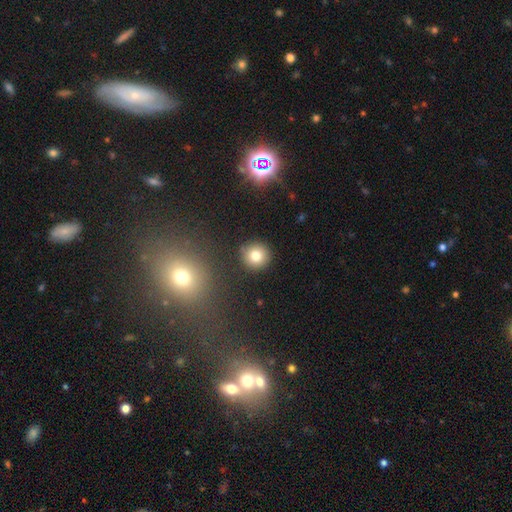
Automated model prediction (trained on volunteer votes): Smooth or featured? smooth (79%)
How rounded? round (94%)
Merging? none (89%)